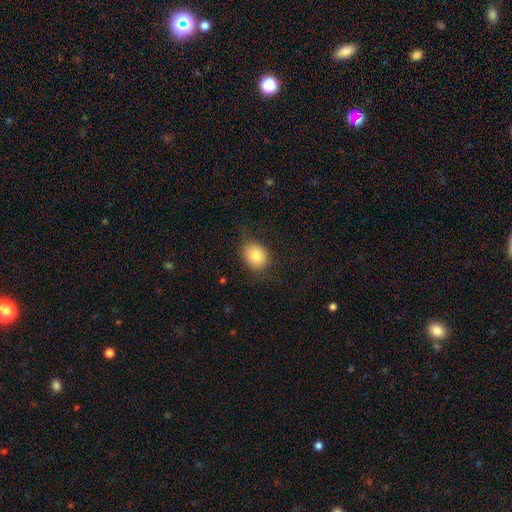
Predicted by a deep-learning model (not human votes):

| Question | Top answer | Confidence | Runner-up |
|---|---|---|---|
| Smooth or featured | smooth | 83% | featured or disk (9%) |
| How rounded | round | 54% | in between (45%) |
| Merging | none | 78% | minor disturbance (16%) |